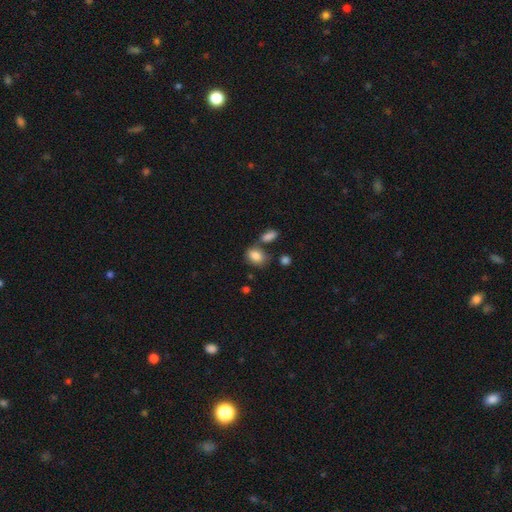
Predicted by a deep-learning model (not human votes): Morphology: type=smooth (84%); roundness=in between (69%); merging=none (60%).